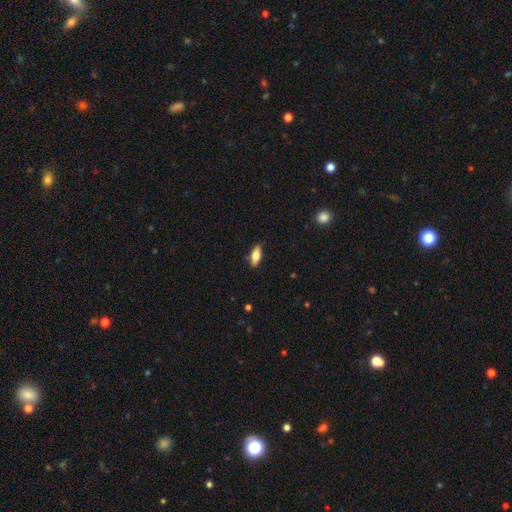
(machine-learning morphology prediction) Overall: smooth (70%). How rounded: in between (73%). Merging: none (87%).